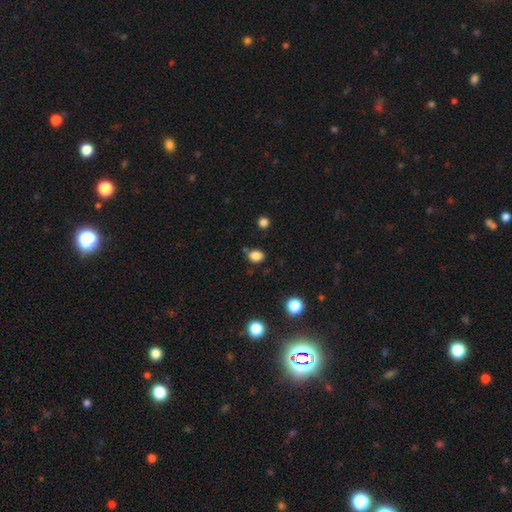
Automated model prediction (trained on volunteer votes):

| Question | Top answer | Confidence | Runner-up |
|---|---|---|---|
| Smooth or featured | smooth | 84% | star or artifact (12%) |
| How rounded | in between | 52% | round (47%) |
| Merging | none | 78% | minor disturbance (13%) |